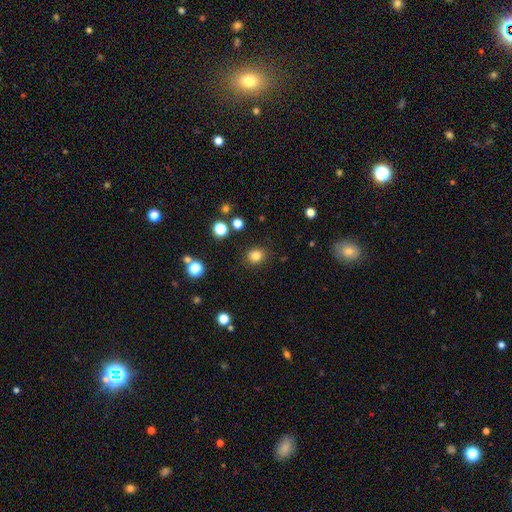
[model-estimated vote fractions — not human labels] The model was most divided on "how rounded": round: 71%, in between: 28%, cigar-shaped: 1%. More confident: merging — none (88%); smooth or featured — smooth (82%).